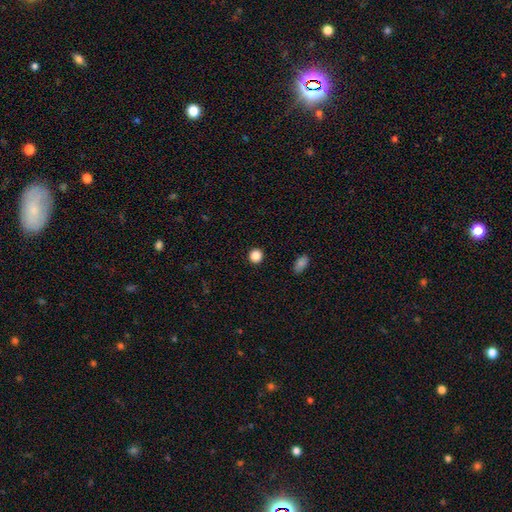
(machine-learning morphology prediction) type=smooth (87%); roundness=round (90%); merging=none (92%).